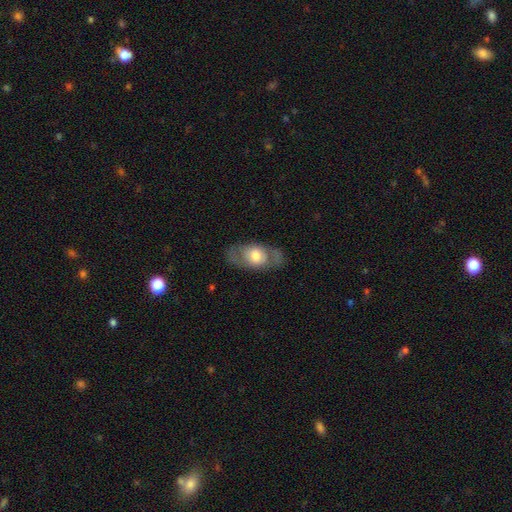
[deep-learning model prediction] Morphology: type=featured or disk (49%); merging=none (75%).